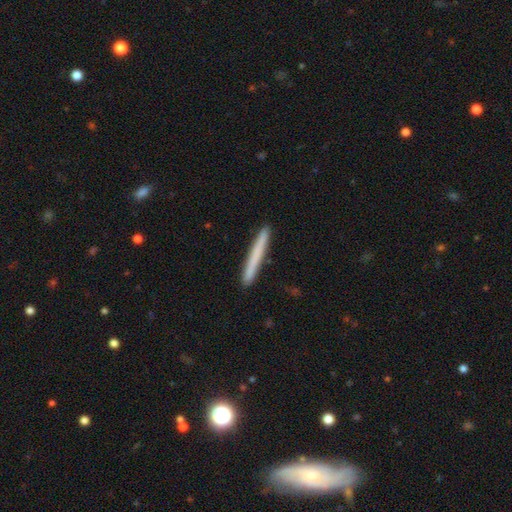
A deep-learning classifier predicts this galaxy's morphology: The model was most divided on "smooth or featured": smooth: 68%, featured or disk: 26%, star or artifact: 6%. More confident: how rounded — cigar-shaped (97%); merging — none (92%).